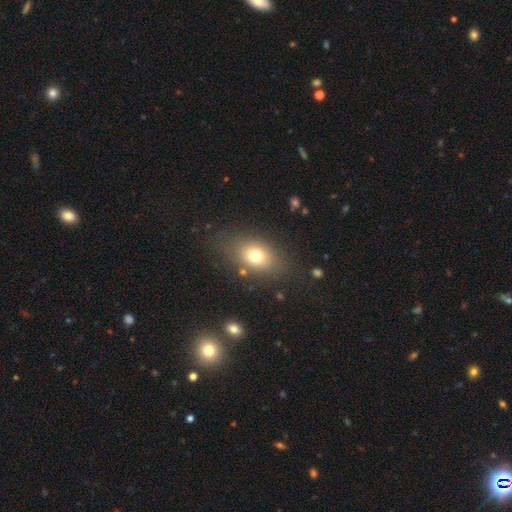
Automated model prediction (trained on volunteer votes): smooth 74%, featured or disk 14%, star or artifact 12%. Down the decision tree: how rounded — in between (71%); merging — none (78%).